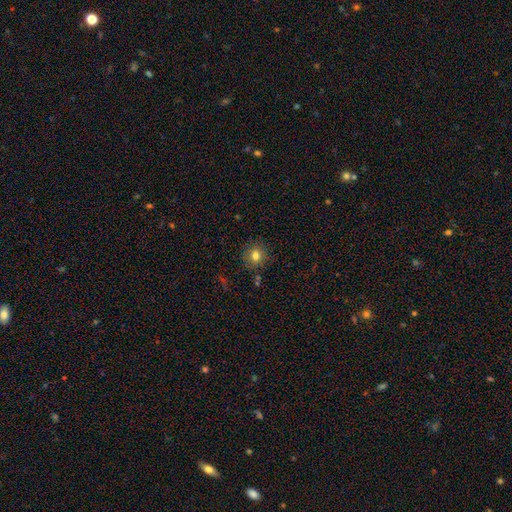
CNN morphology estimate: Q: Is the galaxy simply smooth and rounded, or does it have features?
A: smooth — 79%.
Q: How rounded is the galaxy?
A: round — 88%.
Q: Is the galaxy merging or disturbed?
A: none — 87%.